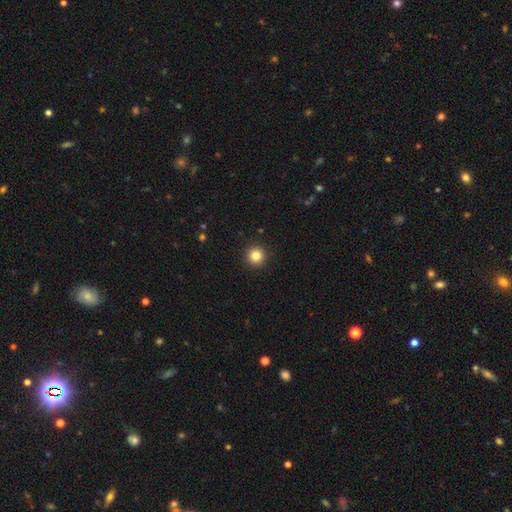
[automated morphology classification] A smooth galaxy with no disk features (82%) that is round (96%). Merging: none (93%).